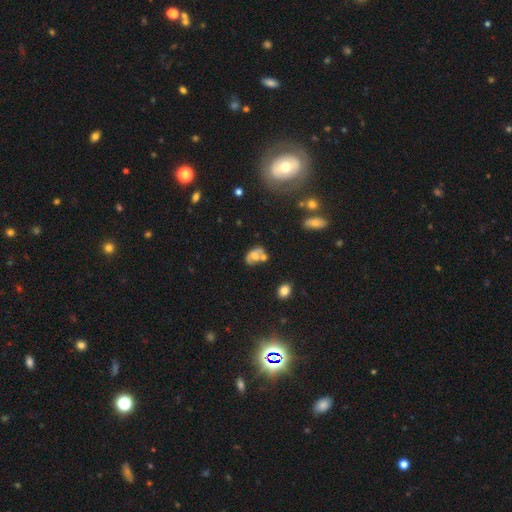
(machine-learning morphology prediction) smooth 45%, featured or disk 43%, star or artifact 12%. Down the decision tree: merging — merger (35%).